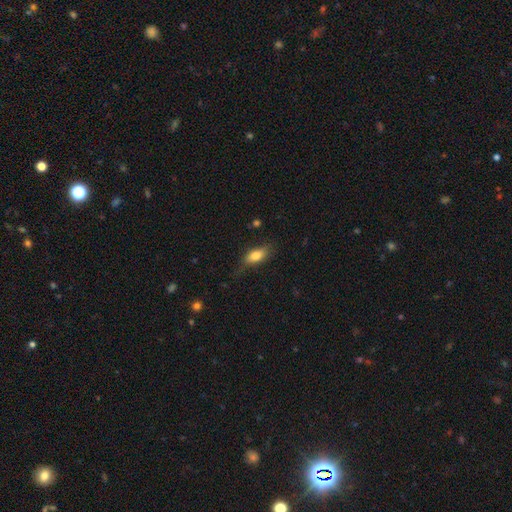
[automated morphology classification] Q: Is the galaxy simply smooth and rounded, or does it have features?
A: smooth — 76%.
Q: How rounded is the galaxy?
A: in between — 79%.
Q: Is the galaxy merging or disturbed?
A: none — 64%.